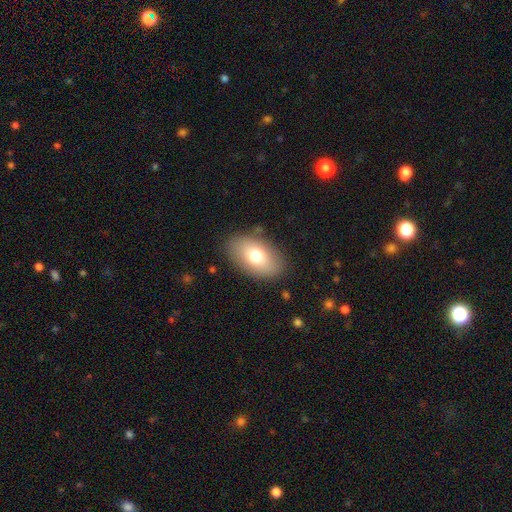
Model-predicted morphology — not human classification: The model was most divided on "smooth or featured": smooth: 74%, featured or disk: 19%, star or artifact: 8%. More confident: how rounded — in between (91%); merging — none (85%).